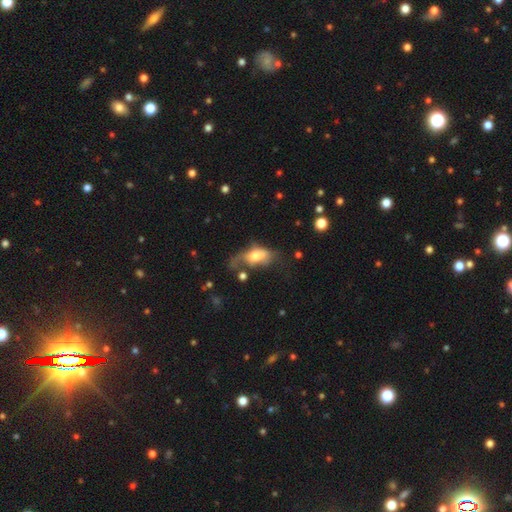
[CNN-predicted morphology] smooth-or-featured: smooth: 61% | featured or disk: 30% | star or artifact: 9%
  how-rounded: in between: 86% | round: 8% | cigar-shaped: 6%
  merging: major disturbance: 48% | minor disturbance: 23% | none: 20% | merger: 10%